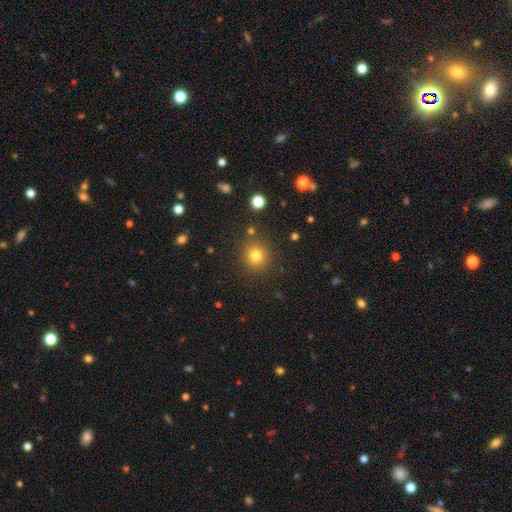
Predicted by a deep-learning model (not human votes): Q: Smooth or featured?
A: smooth (79%); runner-up: star or artifact (14%)
Q: How rounded?
A: round (92%); runner-up: in between (7%)
Q: Merging?
A: none (86%); runner-up: minor disturbance (7%)